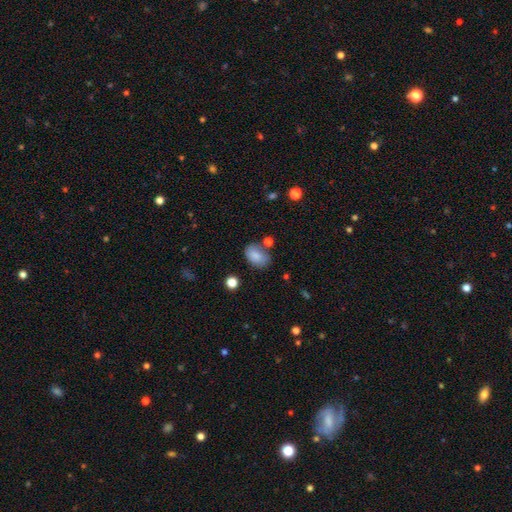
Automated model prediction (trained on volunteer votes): Q: Smooth or featured?
A: smooth (83%); runner-up: featured or disk (8%)
Q: How rounded?
A: in between (83%); runner-up: round (15%)
Q: Merging?
A: none (66%); runner-up: minor disturbance (20%)